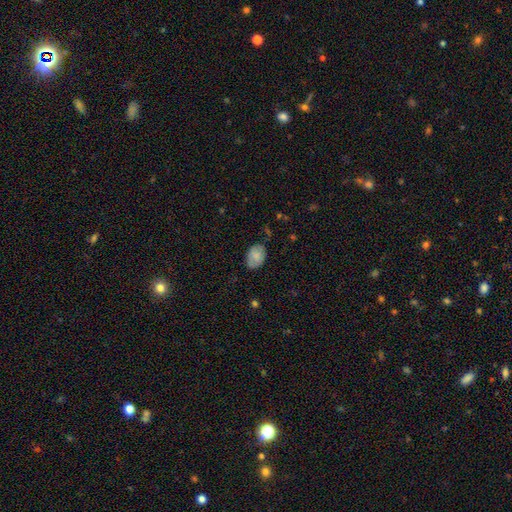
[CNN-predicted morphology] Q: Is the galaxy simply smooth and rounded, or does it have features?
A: smooth — 80%.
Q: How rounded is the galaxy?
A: in between — 82%.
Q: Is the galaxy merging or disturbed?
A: none — 70%.